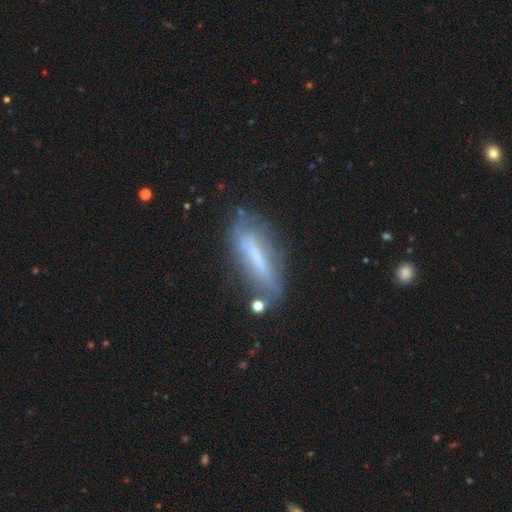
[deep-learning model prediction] Overall: featured or disk (46%; smooth 45%). Merging: none (60%; minor disturbance 24%).